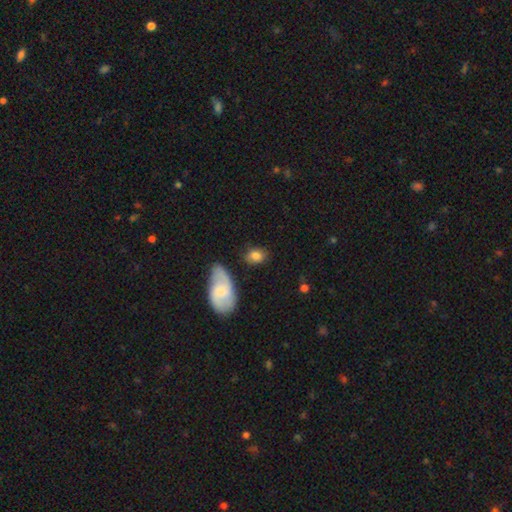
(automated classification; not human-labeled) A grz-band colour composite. It shows a smooth galaxy with no disk features (79%) that is in between round and cigar-shaped (71%). Merging: none (71%).